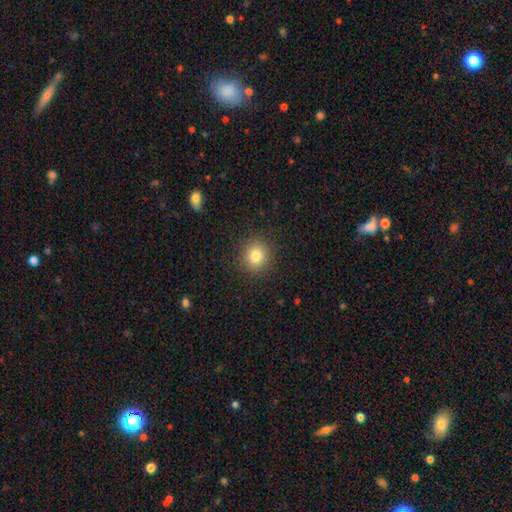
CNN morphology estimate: smooth_or_featured: smooth (p=0.81) [alt: star or artifact p=0.12]
how_rounded: round (p=0.89) [alt: in between p=0.10]
merging: none (p=0.90) [alt: minor disturbance p=0.07]